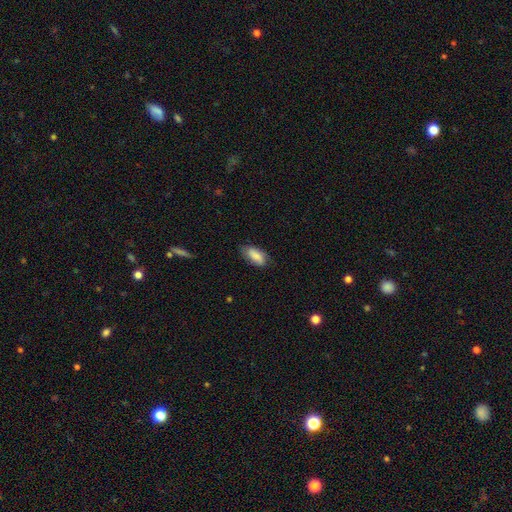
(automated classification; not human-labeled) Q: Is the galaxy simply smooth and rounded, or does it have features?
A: smooth — 78%.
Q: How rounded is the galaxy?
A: in between — 88%.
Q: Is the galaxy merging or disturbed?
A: none — 70%.